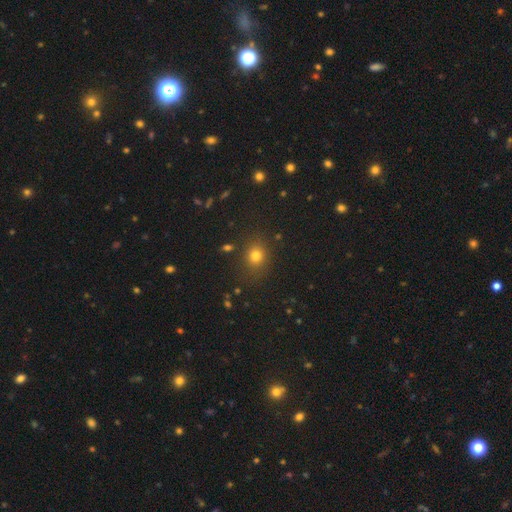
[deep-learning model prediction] Smooth or featured?
  - smooth: 76% *
  - star or artifact: 18%
  - featured or disk: 7%
How rounded?
  - round: 71% *
  - in between: 28%
  - cigar-shaped: 1%
Merging?
  - none: 83% *
  - minor disturbance: 10%
  - major disturbance: 4%
  - merger: 3%